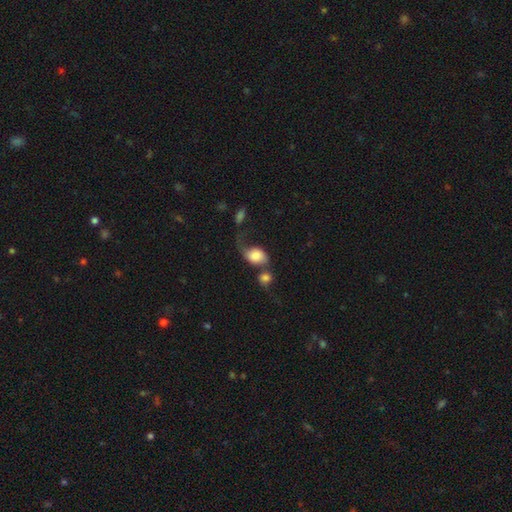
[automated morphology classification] Overall: smooth (68%). How rounded: in between (63%; round 36%). Merging: merger (42%; major disturbance 25%).